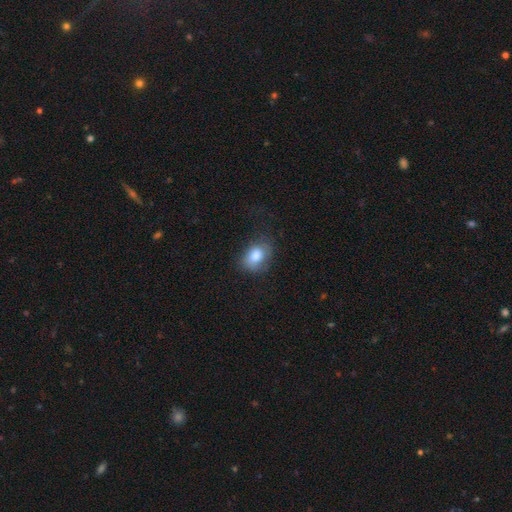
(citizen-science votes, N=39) Smooth or featured: smooth — 79% (featured or disk — 18%)
How rounded: in between — 61% (round — 39%)
Merging: none — 79% (minor disturbance — 18%)